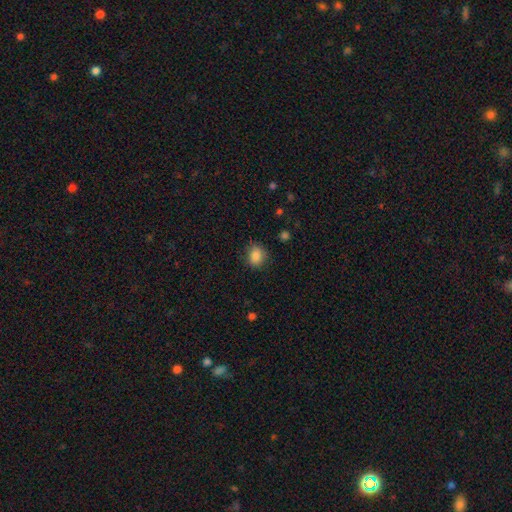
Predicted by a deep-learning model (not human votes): This is clearly a smooth galaxy (86%). How rounded: possibly round (56%). Merging: clearly none (82%).